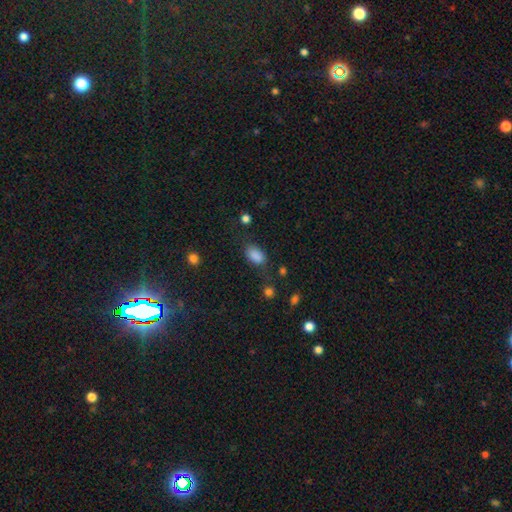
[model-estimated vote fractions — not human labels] Smooth or featured?
  - smooth: 85% *
  - star or artifact: 10%
  - featured or disk: 5%
How rounded?
  - in between: 89% *
  - round: 10%
  - cigar-shaped: 2%
Merging?
  - none: 66% *
  - minor disturbance: 22%
  - major disturbance: 9%
  - merger: 3%